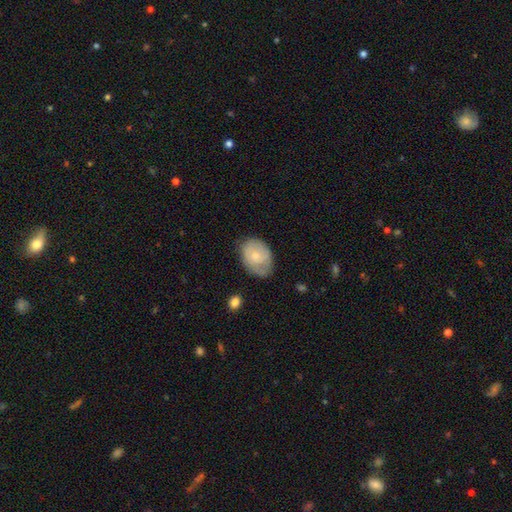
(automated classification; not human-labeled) smooth-or-featured: smooth: 66% | featured or disk: 28% | star or artifact: 6%
  how-rounded: in between: 74% | round: 25% | cigar-shaped: 1%
  merging: none: 61% | minor disturbance: 29% | major disturbance: 8% | merger: 2%